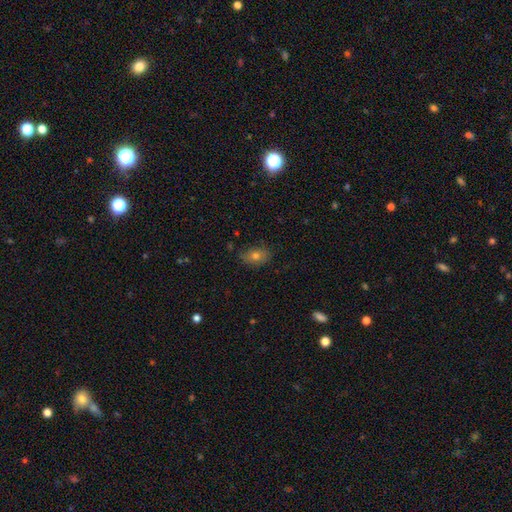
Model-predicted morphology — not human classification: Q: Smooth or featured?
A: smooth (67%); runner-up: star or artifact (17%)
Q: How rounded?
A: in between (78%); runner-up: round (20%)
Q: Merging?
A: none (80%); runner-up: minor disturbance (15%)